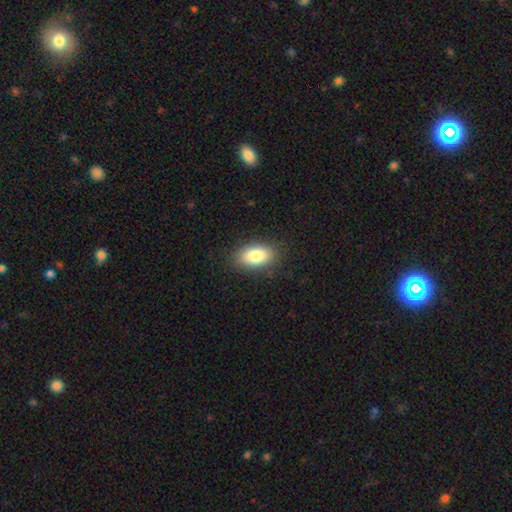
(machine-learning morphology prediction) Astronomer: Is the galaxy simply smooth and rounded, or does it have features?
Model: smooth — 83%.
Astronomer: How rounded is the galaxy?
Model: in between — 91%.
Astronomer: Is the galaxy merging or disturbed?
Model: none — 87%.